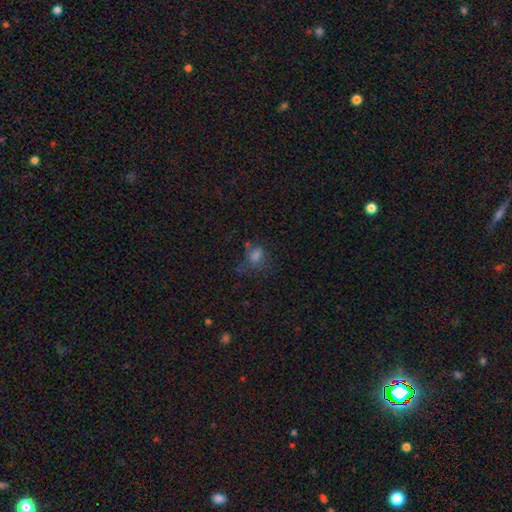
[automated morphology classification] type=smooth (56%); roundness=in between (57%); merging=none (49%).